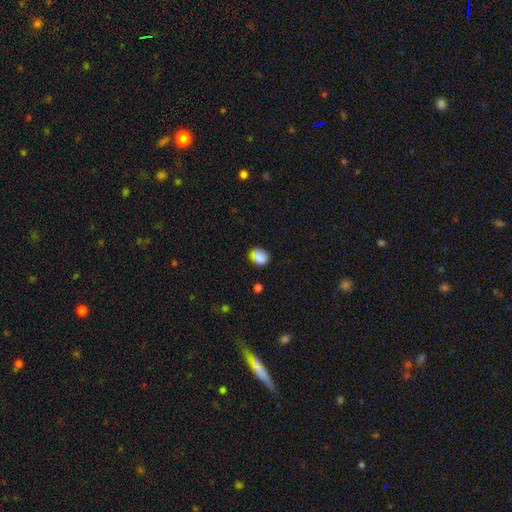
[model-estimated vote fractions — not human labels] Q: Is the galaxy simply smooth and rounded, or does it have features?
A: smooth — 80%.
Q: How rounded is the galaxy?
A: round — 55%.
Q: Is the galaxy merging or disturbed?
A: none — 66%.